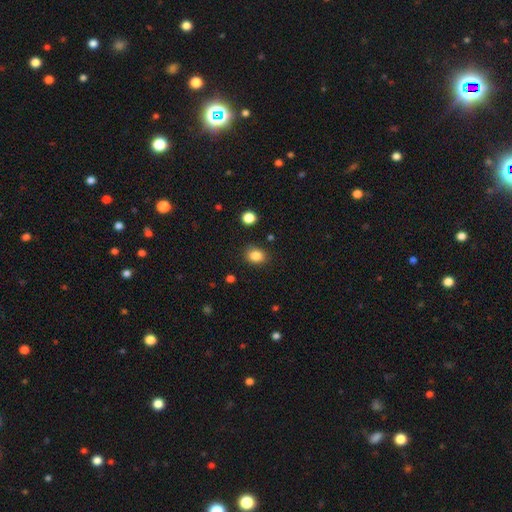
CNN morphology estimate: A smooth galaxy with no disk features (85%) that is round (55%).

Vote fractions:
- Smooth or featured? smooth: 85% / star or artifact: 11% / featured or disk: 5%
- How rounded? round: 55% / in between: 44% / cigar-shaped: 1%
- Merging? none: 85% / minor disturbance: 10% / major disturbance: 3% / merger: 2%